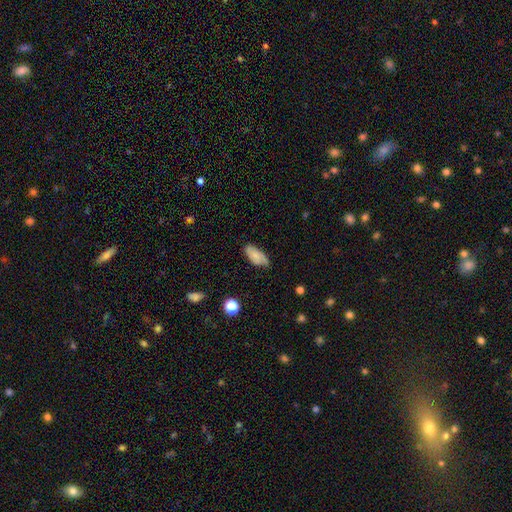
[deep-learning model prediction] This appears to be a smooth galaxy with no disk features (72%) that is in between round and cigar-shaped (91%). Merging: none (69%).